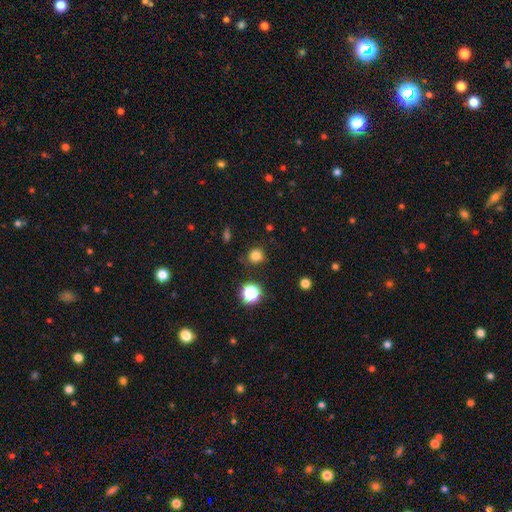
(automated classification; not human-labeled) A smooth galaxy with no disk features (80%) that is round (88%). Merging: none (85%).